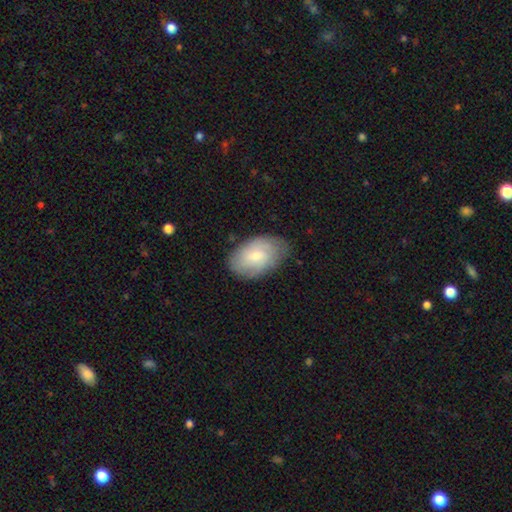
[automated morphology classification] A smooth galaxy with no disk features (63%) that is in between round and cigar-shaped (90%).

Vote fractions:
- Smooth or featured? smooth: 63% / featured or disk: 31% / star or artifact: 6%
- How rounded? in between: 90% / round: 8% / cigar-shaped: 1%
- Merging? none: 74% / minor disturbance: 21% / major disturbance: 5% / merger: 1%